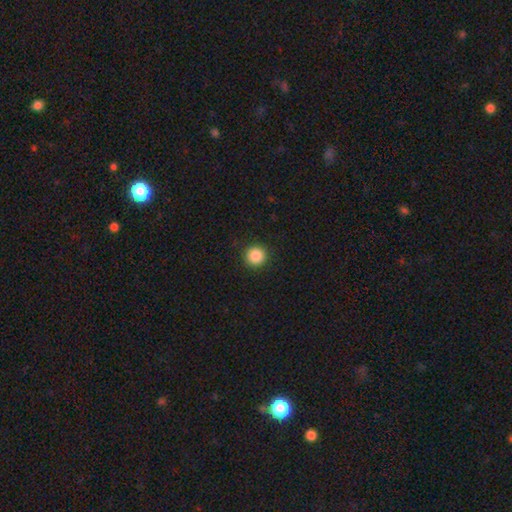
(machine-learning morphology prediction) Q: Smooth or featured?
A: smooth (87%); runner-up: star or artifact (9%)
Q: How rounded?
A: round (95%); runner-up: in between (4%)
Q: Merging?
A: none (93%); runner-up: minor disturbance (5%)